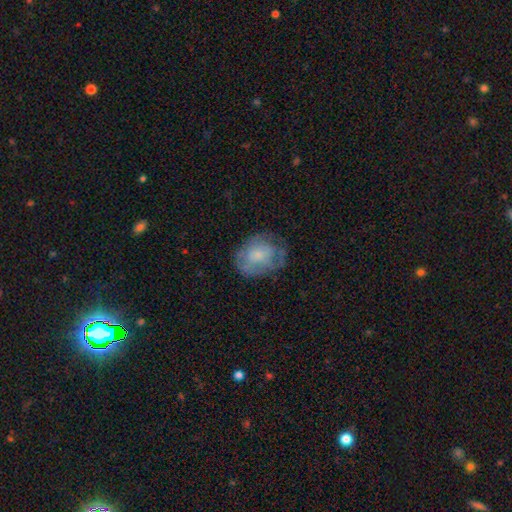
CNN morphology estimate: smooth 54%, featured or disk 37%, star or artifact 9%. Down the decision tree: how rounded — round (51%); merging — none (58%).